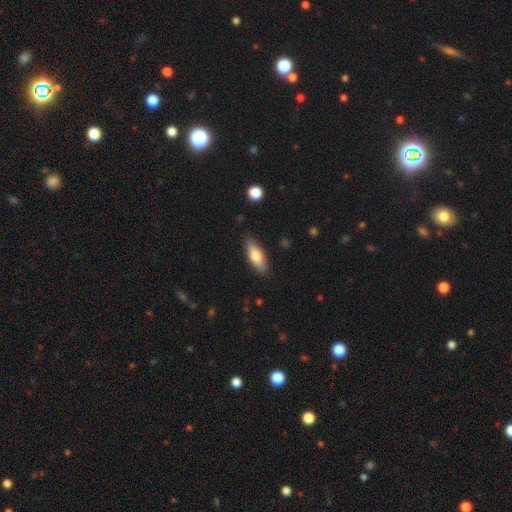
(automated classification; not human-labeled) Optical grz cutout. It shows a smooth galaxy with no disk features (71%) that is in between round and cigar-shaped (65%). Merging: none (85%).